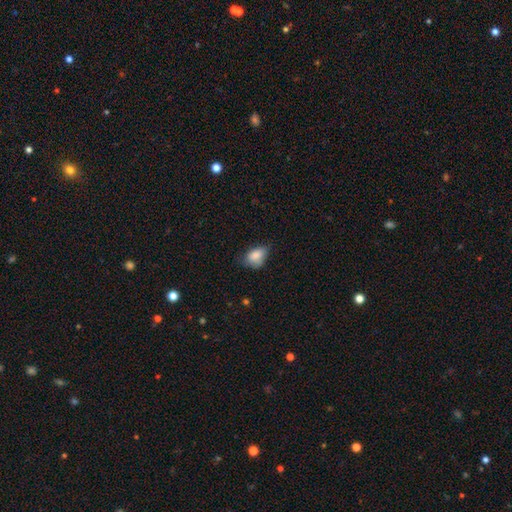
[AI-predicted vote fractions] smooth-or-featured: smooth: 83% | featured or disk: 9% | star or artifact: 8%
  how-rounded: in between: 85% | round: 13% | cigar-shaped: 2%
  merging: none: 42% | minor disturbance: 41% | major disturbance: 14% | merger: 3%